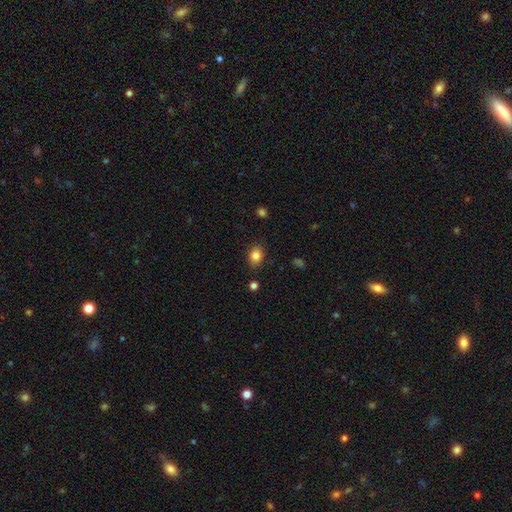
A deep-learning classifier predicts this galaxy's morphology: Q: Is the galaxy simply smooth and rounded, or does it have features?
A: smooth — 84%.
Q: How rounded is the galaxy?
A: in between — 61%.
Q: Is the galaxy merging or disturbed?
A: none — 84%.